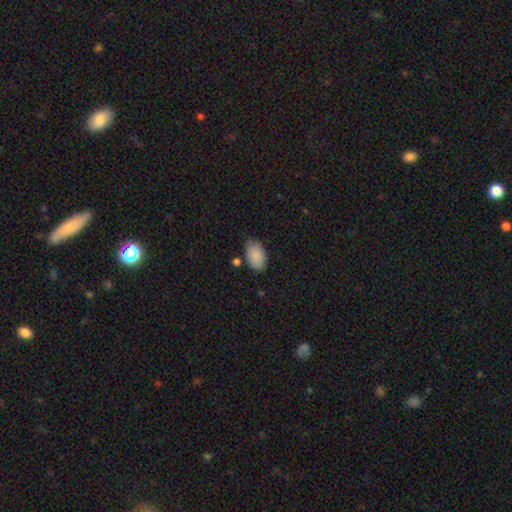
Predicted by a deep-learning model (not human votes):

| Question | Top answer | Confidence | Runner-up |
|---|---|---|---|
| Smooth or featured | smooth | 89% | star or artifact (6%) |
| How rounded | in between | 94% | round (5%) |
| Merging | none | 76% | minor disturbance (16%) |